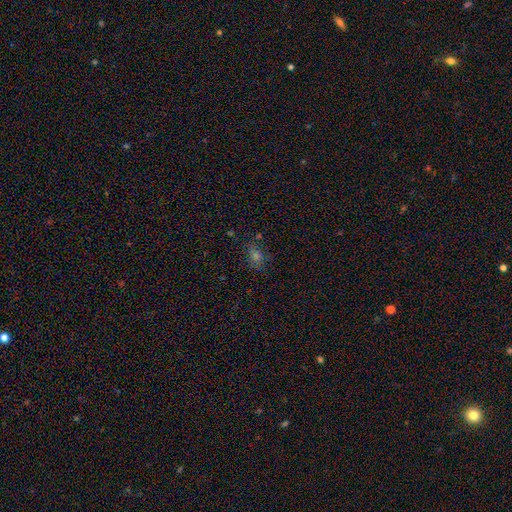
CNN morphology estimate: Smooth or featured? smooth (54%)
How rounded? in between (60%)
Merging? none (75%)